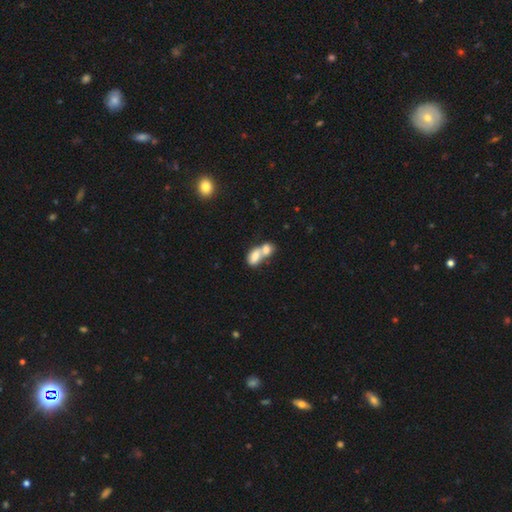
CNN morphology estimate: Overall: smooth (76%). How rounded: in between (84%). Merging: merger (75%).